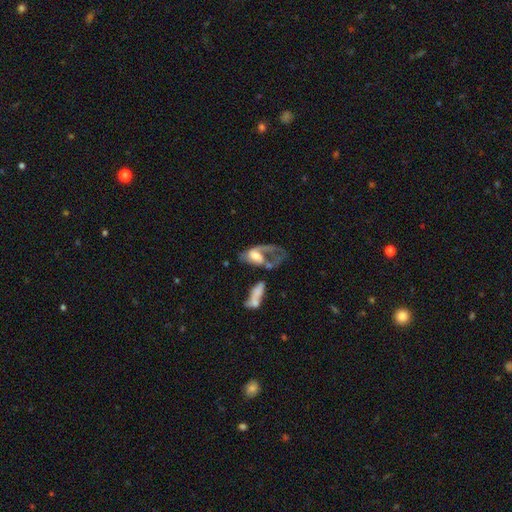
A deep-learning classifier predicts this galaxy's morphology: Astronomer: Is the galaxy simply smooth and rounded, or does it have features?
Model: featured or disk — 61%.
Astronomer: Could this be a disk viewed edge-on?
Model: no — 93%.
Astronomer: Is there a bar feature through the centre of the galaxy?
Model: no — 65%.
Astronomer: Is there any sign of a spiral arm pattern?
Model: yes — 57% (runner-up: no, 43%).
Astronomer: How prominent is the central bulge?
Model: moderate — 44% (runner-up: large, 27%).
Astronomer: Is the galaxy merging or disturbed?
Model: major disturbance — 49% (runner-up: merger, 26%).